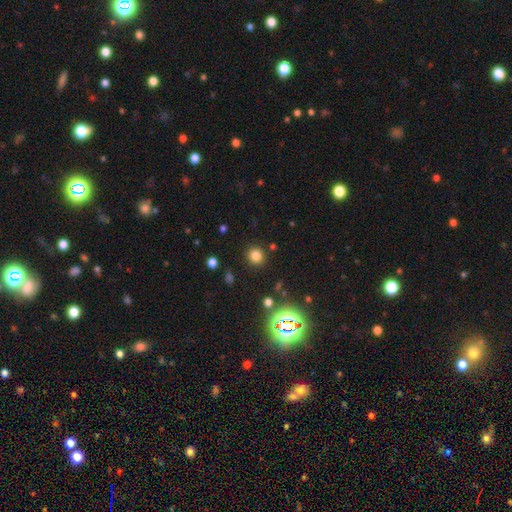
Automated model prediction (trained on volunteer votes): Morphology: type=smooth (76%); roundness=round (91%); merging=none (88%).